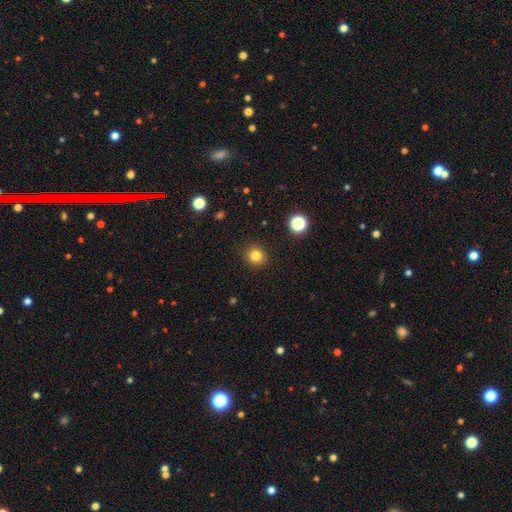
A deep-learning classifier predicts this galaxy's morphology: Smooth or featured: smooth — 82% (star or artifact — 13%)
How rounded: round — 88% (in between — 11%)
Merging: none — 91% (minor disturbance — 6%)